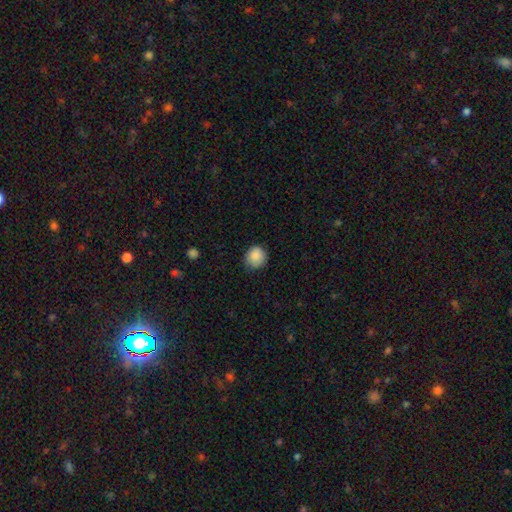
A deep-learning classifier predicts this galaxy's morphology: Overall: smooth (88%). How rounded: round (87%). Merging: none (80%).